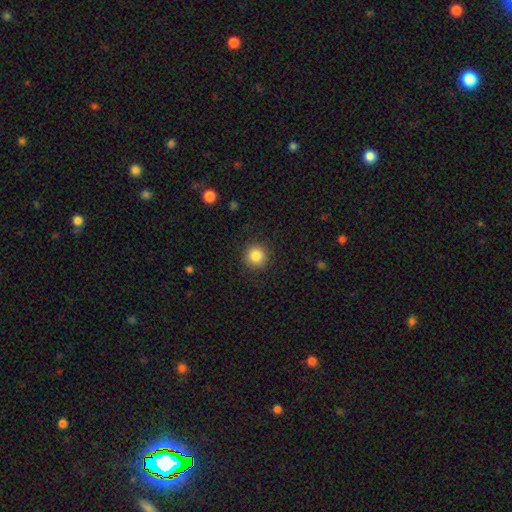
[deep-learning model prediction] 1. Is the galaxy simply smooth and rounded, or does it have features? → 86% smooth, 10% star or artifact, 4% featured or disk.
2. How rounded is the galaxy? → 95% round, 4% in between, 1% cigar-shaped.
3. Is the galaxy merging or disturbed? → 91% none, 6% minor disturbance, 2% major disturbance, 1% merger.